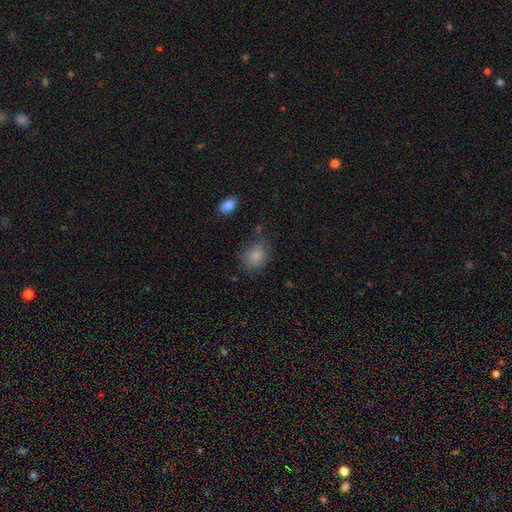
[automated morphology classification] type=smooth (83%); roundness=in between (55%); merging=none (67%).